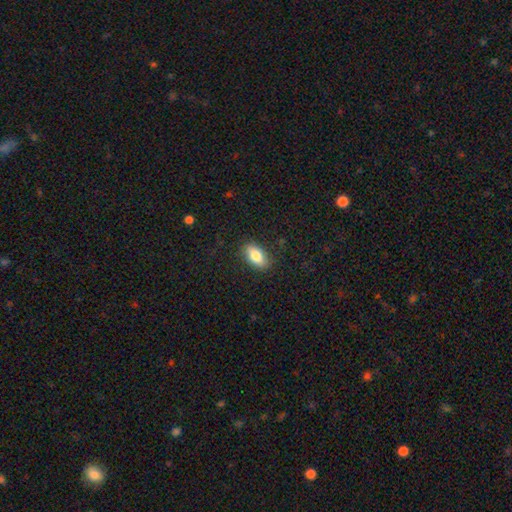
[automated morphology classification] Q: Smooth or featured?
A: smooth (83%); runner-up: featured or disk (10%)
Q: How rounded?
A: in between (89%); runner-up: cigar-shaped (6%)
Q: Merging?
A: none (85%); runner-up: minor disturbance (11%)